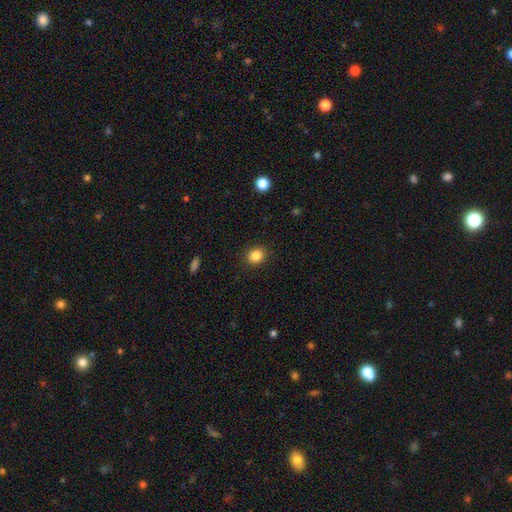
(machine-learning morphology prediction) Smooth or featured? Predicted: smooth (p=0.85). How rounded? Predicted: round (p=0.80). Merging? Predicted: none (p=0.90).